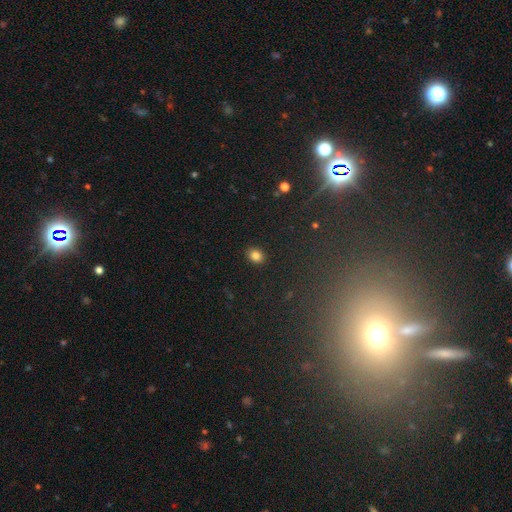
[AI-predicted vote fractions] A smooth galaxy with no disk features (84%) that is in between round and cigar-shaped (56%).

Vote fractions:
- Smooth or featured? smooth: 84% / star or artifact: 11% / featured or disk: 5%
- How rounded? in between: 56% / round: 43% / cigar-shaped: 1%
- Merging? none: 90% / minor disturbance: 7% / major disturbance: 2% / merger: 1%